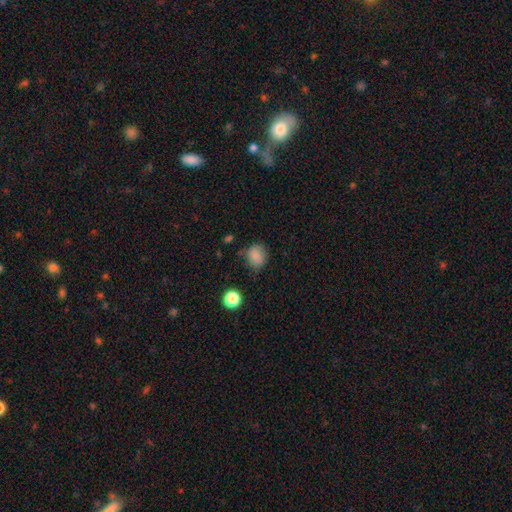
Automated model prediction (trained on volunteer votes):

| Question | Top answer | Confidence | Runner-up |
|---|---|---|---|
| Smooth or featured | smooth | 84% | star or artifact (11%) |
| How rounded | round | 73% | in between (26%) |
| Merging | none | 72% | minor disturbance (20%) |